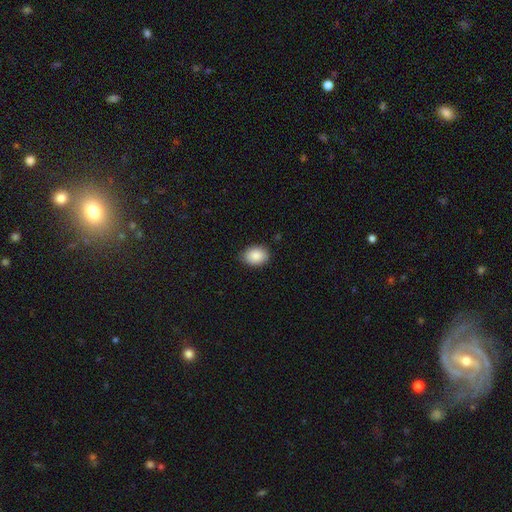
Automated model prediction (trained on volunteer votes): Smooth or featured?
  - smooth: 88% *
  - star or artifact: 7%
  - featured or disk: 4%
How rounded?
  - in between: 71% *
  - round: 28%
  - cigar-shaped: 1%
Merging?
  - none: 84% *
  - minor disturbance: 13%
  - major disturbance: 2%
  - merger: 1%